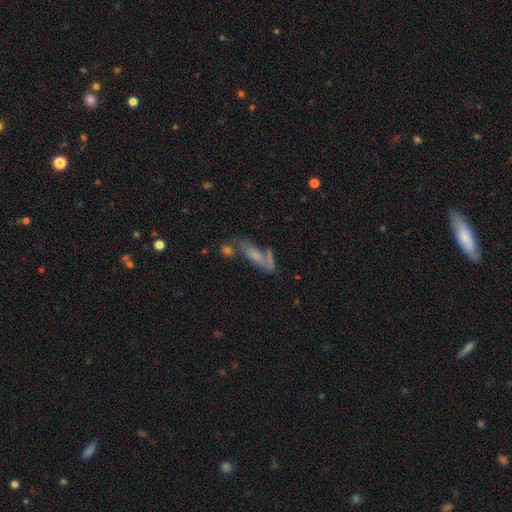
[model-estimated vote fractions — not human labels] smooth 43% (tied), featured or disk 43% (tied), star or artifact 13%. Down the decision tree: merging — none (45%).